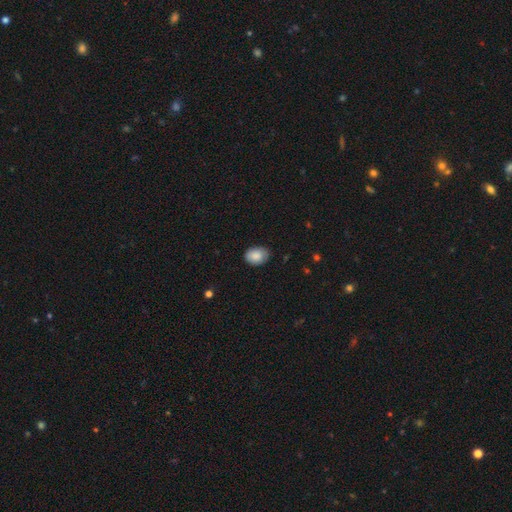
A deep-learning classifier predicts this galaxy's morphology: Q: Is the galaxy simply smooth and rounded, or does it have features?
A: smooth — 87%.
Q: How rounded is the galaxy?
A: in between — 78%.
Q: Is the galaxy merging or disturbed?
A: none — 81%.